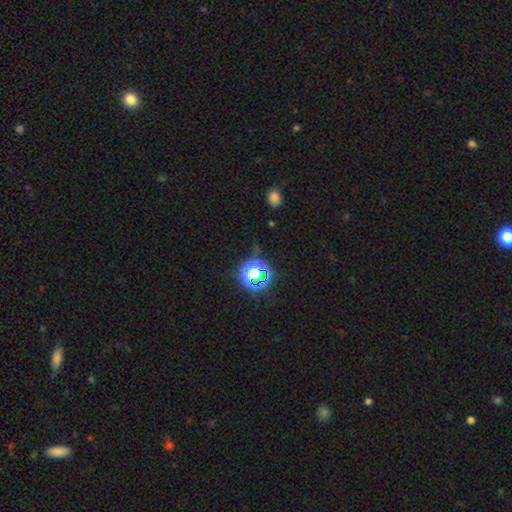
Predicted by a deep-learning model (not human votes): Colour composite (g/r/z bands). It shows a star or artifact, not a galaxy (73%).